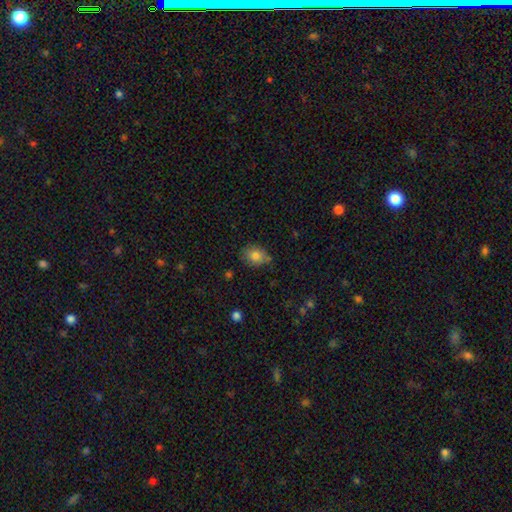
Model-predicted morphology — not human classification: Q: Smooth or featured?
A: smooth (81%); runner-up: featured or disk (10%)
Q: How rounded?
A: in between (62%); runner-up: round (37%)
Q: Merging?
A: none (65%); runner-up: minor disturbance (27%)